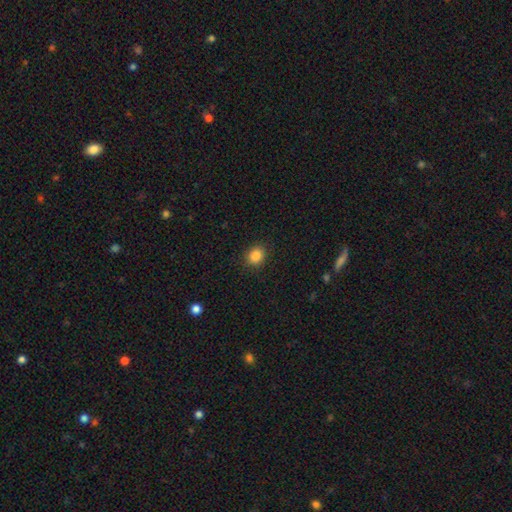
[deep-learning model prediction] A smooth galaxy with no disk features (85%) that is round (70%).

Vote fractions:
- Smooth or featured? smooth: 85% / star or artifact: 11% / featured or disk: 4%
- How rounded? round: 70% / in between: 29% / cigar-shaped: 1%
- Merging? none: 89% / minor disturbance: 8% / major disturbance: 2% / merger: 1%